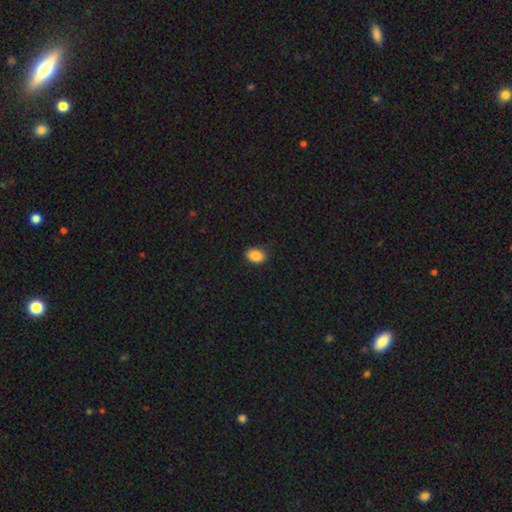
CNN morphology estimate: Smooth or featured? smooth (87%)
How rounded? in between (71%)
Merging? none (86%)